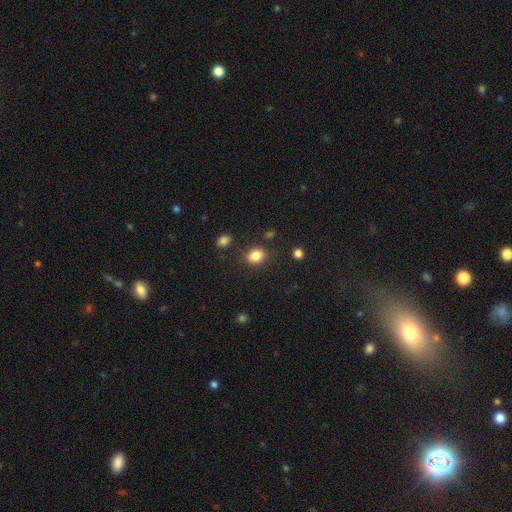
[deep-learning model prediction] A smooth galaxy with no disk features (84%) that is round (50%). Merging: none (81%).